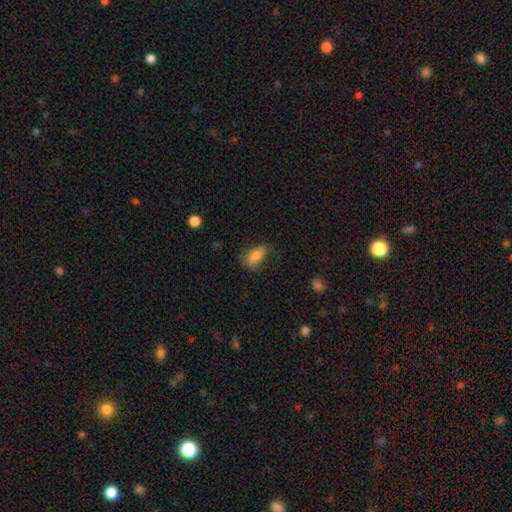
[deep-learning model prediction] smooth-or-featured: smooth: 76% | featured or disk: 15% | star or artifact: 8%
  how-rounded: in between: 88% | round: 7% | cigar-shaped: 4%
  merging: none: 49% | minor disturbance: 31% | major disturbance: 17% | merger: 2%